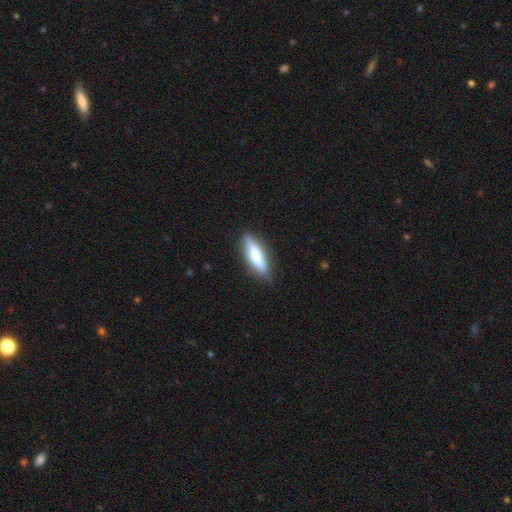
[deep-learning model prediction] Morphology: type=smooth (68%); roundness=cigar-shaped (57%); merging=none (83%).